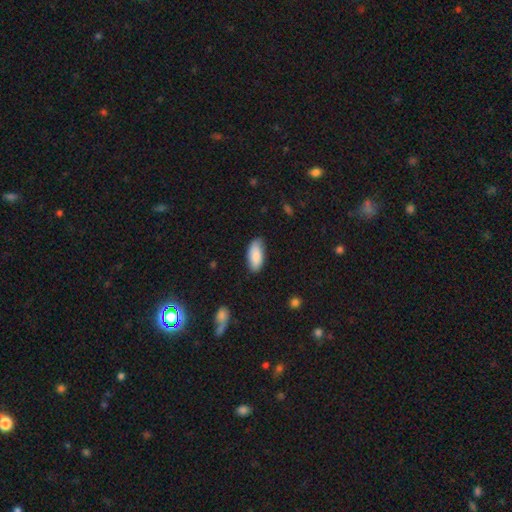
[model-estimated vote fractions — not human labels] This appears to be a smooth galaxy with no disk features (88%) that is in between round and cigar-shaped (89%). Merging: none (80%).